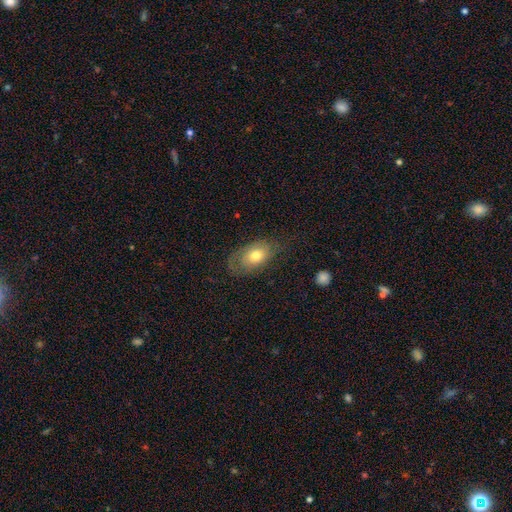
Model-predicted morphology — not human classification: A smooth galaxy with no disk features (61%) that is in between round and cigar-shaped (87%). Merging: none (59%).